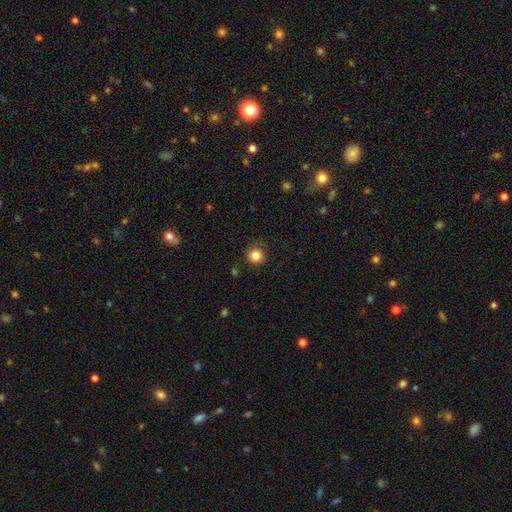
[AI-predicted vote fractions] Smooth or featured: smooth — 84% (star or artifact — 11%)
How rounded: round — 91% (in between — 8%)
Merging: none — 88% (minor disturbance — 8%)